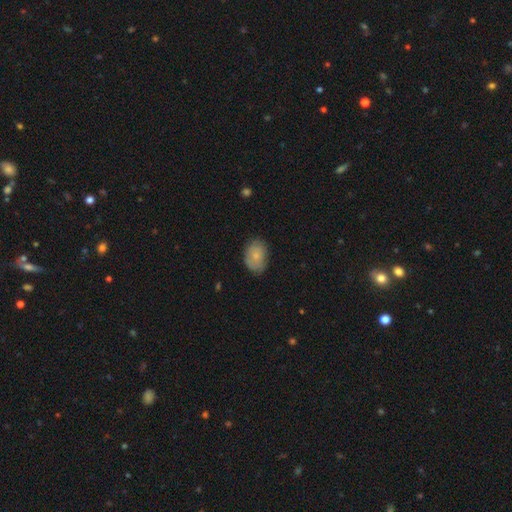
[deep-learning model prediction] smooth_or_featured: smooth (p=0.78) [alt: featured or disk p=0.15]
how_rounded: in between (p=0.75) [alt: round p=0.24]
merging: none (p=0.69) [alt: minor disturbance p=0.24]